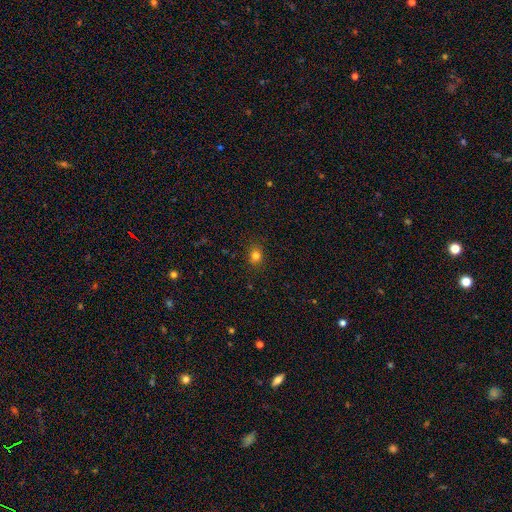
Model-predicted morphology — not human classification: Q: Smooth or featured?
A: smooth (80%); runner-up: star or artifact (14%)
Q: How rounded?
A: round (63%); runner-up: in between (36%)
Q: Merging?
A: none (86%); runner-up: minor disturbance (10%)